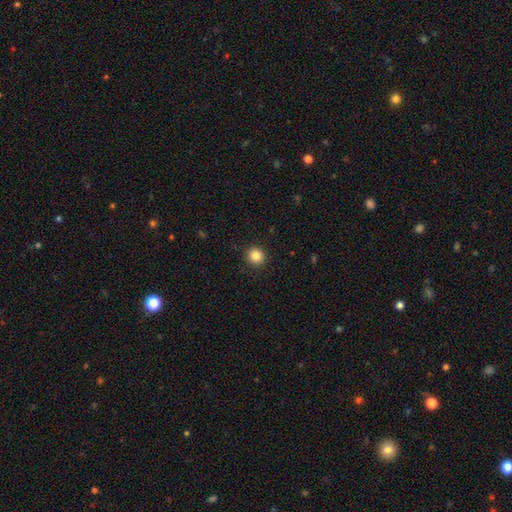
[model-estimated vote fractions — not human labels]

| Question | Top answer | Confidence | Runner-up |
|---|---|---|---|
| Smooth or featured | smooth | 85% | star or artifact (10%) |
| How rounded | round | 92% | in between (7%) |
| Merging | none | 92% | minor disturbance (5%) |